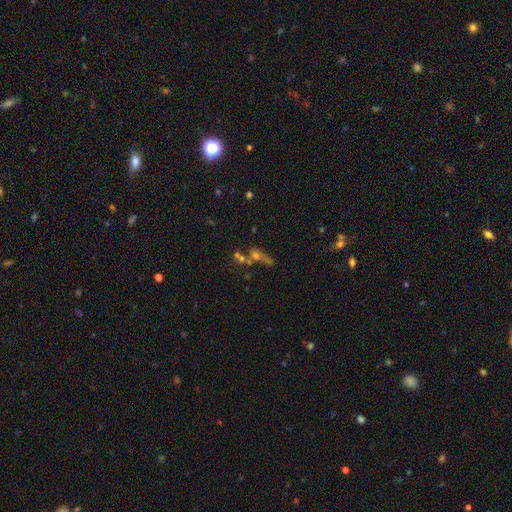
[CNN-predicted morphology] Smooth or featured?
  - star or artifact: 37% *
  - featured or disk: 32%
  - smooth: 31%